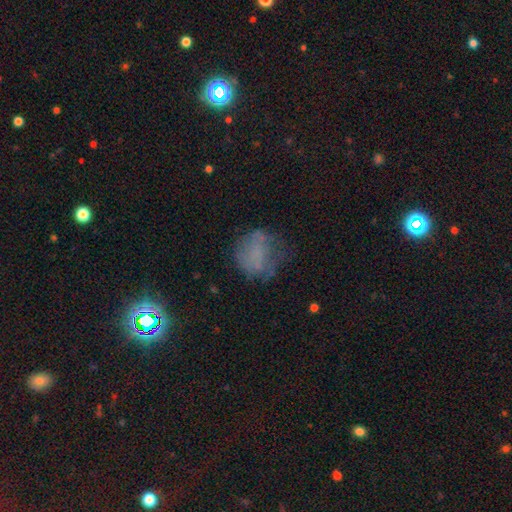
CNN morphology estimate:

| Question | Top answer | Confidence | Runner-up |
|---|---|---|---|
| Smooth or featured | smooth | 56% | featured or disk (28%) |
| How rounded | round | 66% | in between (33%) |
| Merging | none | 46% | minor disturbance (26%) |